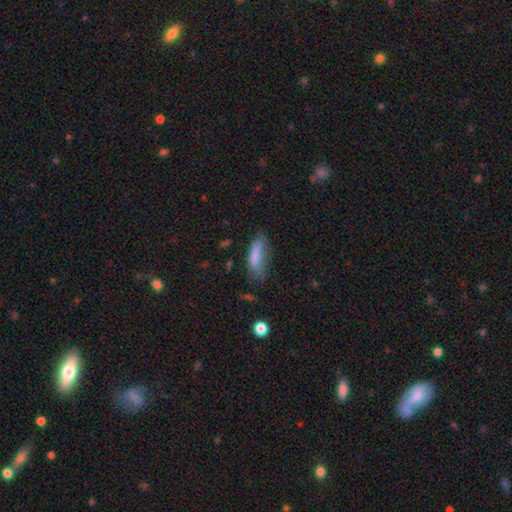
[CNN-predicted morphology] Smooth or featured: smooth — 79% (featured or disk — 12%)
How rounded: in between — 58% (cigar-shaped — 40%)
Merging: none — 50% (minor disturbance — 32%)